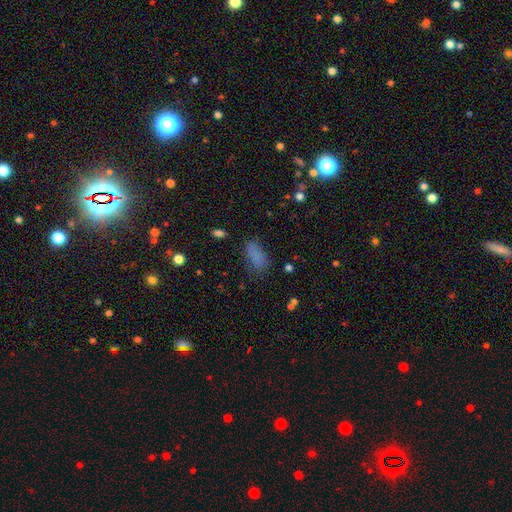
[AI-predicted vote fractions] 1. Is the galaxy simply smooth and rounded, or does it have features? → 79% smooth, 13% star or artifact, 7% featured or disk.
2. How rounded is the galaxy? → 79% in between, 17% cigar-shaped, 4% round.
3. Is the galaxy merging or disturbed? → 66% none, 22% minor disturbance, 9% major disturbance, 3% merger.